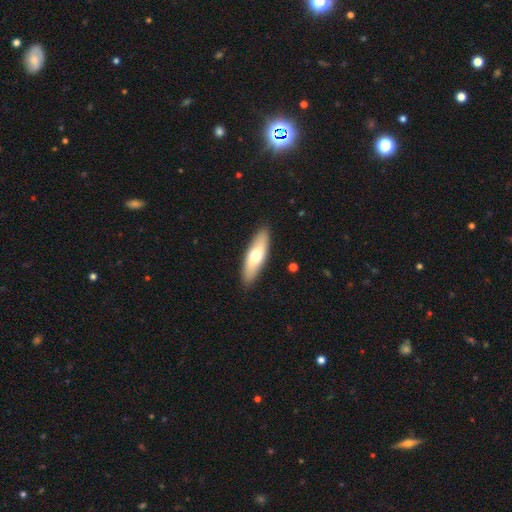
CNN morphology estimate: A smooth galaxy with no disk features (62%) that is in between round and cigar-shaped (50%). Merging: none (89%).